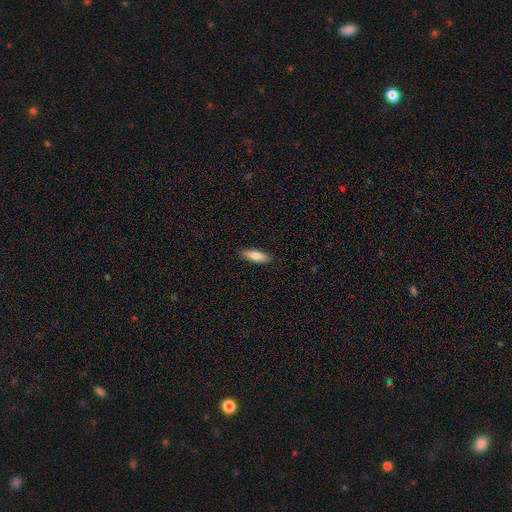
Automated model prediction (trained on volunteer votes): smooth 84%, featured or disk 10%, star or artifact 6%. Down the decision tree: how rounded — in between (54%); merging — none (88%).